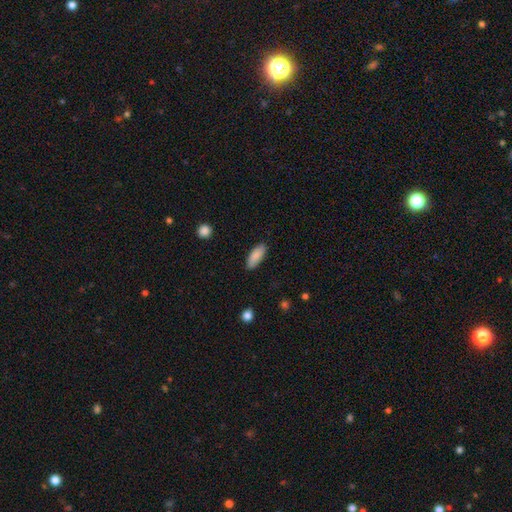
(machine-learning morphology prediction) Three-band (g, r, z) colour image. It shows a smooth galaxy with no disk features (89%) that is in between round and cigar-shaped (73%). Merging: none (88%).